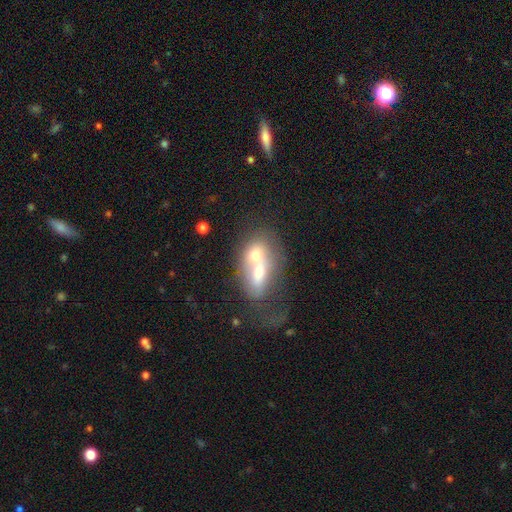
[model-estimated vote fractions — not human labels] A smooth galaxy with no disk features (59%) that is in between round and cigar-shaped (66%). Merging: merger (76%).